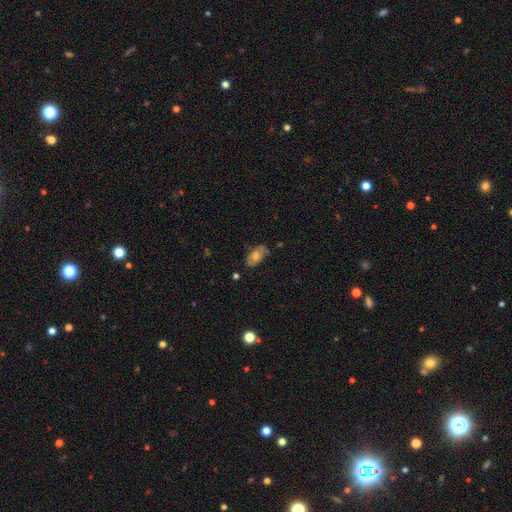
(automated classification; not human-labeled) This appears to be a smooth galaxy with no disk features (62%) that is in between round and cigar-shaped (92%). Merging: none (66%).